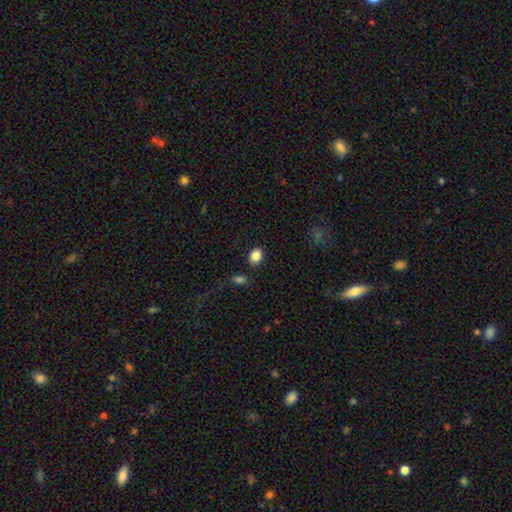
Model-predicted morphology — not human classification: A smooth galaxy with no disk features (86%) that is in between round and cigar-shaped (57%). Merging: none (81%).